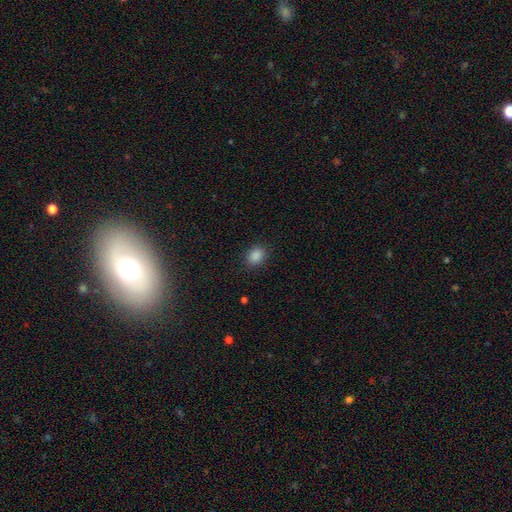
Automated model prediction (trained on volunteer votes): This appears to be a smooth galaxy with no disk features (87%) that is in between round and cigar-shaped (54%). Merging: none (87%).